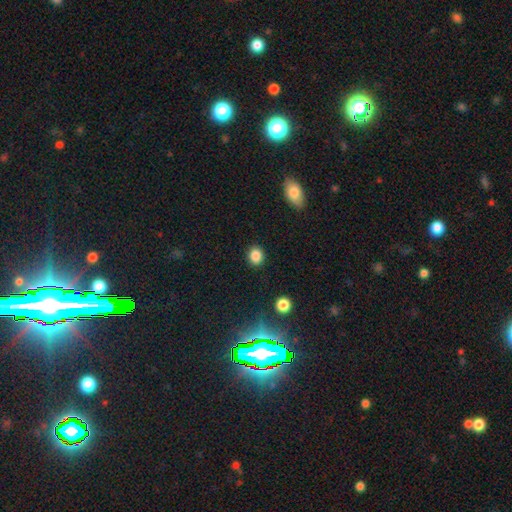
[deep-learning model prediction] Morphology: type=smooth (85%); roundness=round (64%); merging=none (89%).